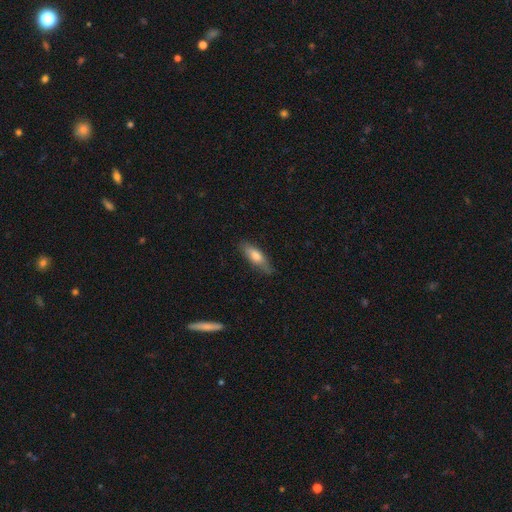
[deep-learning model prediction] smooth_or_featured: smooth (p=0.69) [alt: featured or disk p=0.24]
how_rounded: cigar-shaped (p=0.49) [tied with: in between p=0.49]
merging: none (p=0.77) [alt: minor disturbance p=0.18]